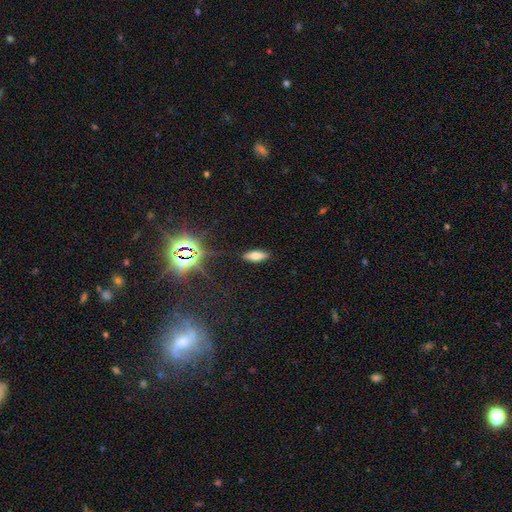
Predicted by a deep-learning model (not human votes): Smooth or featured? smooth (69%)
How rounded? in between (66%)
Merging? none (88%)